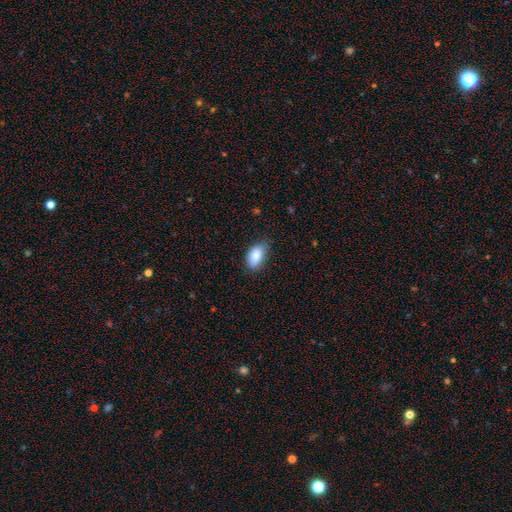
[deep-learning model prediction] smooth 86%, star or artifact 7%, featured or disk 7%. Down the decision tree: how rounded — in between (92%); merging — none (72%).